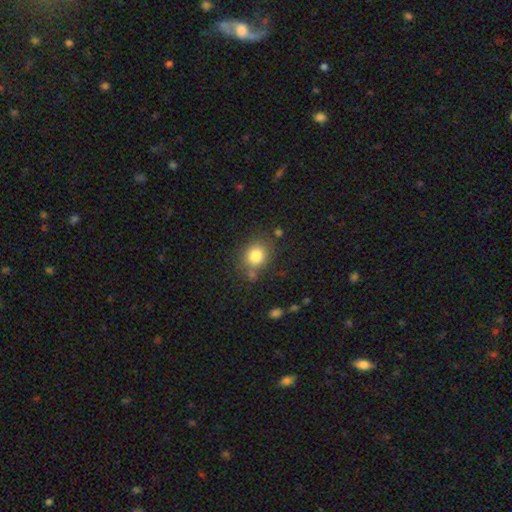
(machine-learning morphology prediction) The model was most divided on "how rounded": round: 69%, in between: 30%, cigar-shaped: 1%. More confident: smooth or featured — smooth (81%); merging — none (74%).